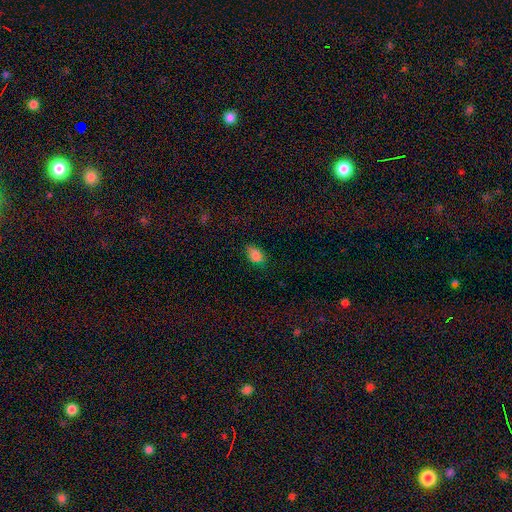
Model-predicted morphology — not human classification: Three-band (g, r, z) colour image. It shows a smooth galaxy with no disk features (84%) that is in between round and cigar-shaped (85%). Merging: none (72%).